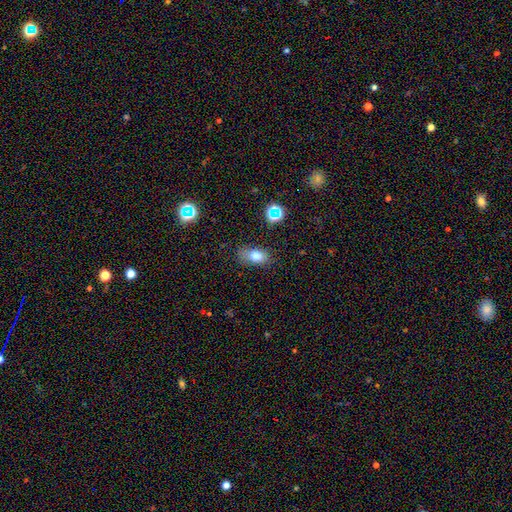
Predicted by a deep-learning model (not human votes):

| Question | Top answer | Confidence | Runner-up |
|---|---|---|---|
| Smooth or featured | smooth | 77% | star or artifact (12%) |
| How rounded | in between | 83% | round (14%) |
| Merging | none | 70% | minor disturbance (21%) |